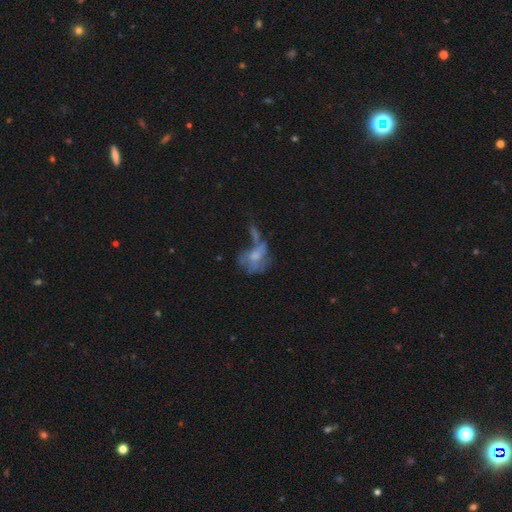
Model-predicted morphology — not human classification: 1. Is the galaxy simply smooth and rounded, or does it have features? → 47% featured or disk, 40% smooth, 13% star or artifact.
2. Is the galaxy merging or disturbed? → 35% major disturbance, 25% merger, 24% none, 16% minor disturbance.